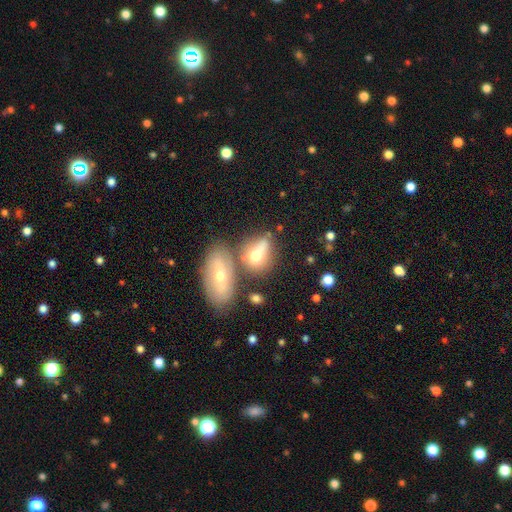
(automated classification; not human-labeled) Smooth or featured? Predicted: smooth (p=0.64). How rounded? Predicted: in between (p=0.55). Merging? Predicted: none (p=0.43).